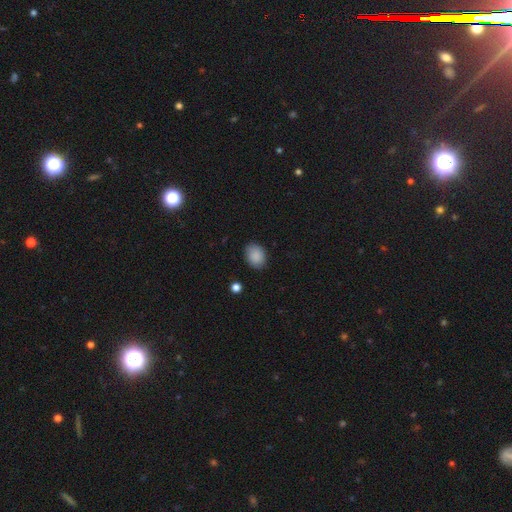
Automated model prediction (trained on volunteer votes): Smooth or featured?
  - smooth: 88% *
  - star or artifact: 8%
  - featured or disk: 4%
How rounded?
  - in between: 65% *
  - round: 34%
  - cigar-shaped: 1%
Merging?
  - none: 85% *
  - minor disturbance: 11%
  - major disturbance: 3%
  - merger: 1%